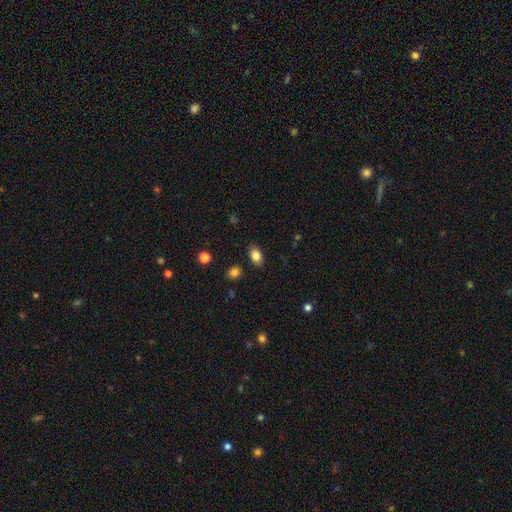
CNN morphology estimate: This appears to be a smooth galaxy with no disk features (83%) that is in between round and cigar-shaped (84%). Merging: none (86%).